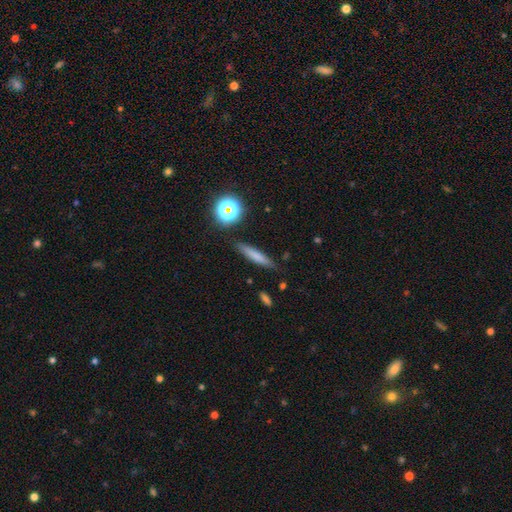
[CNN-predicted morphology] The model was most divided on "smooth or featured": smooth: 70%, featured or disk: 19%, star or artifact: 11%. More confident: how rounded — cigar-shaped (87%); merging — none (85%).